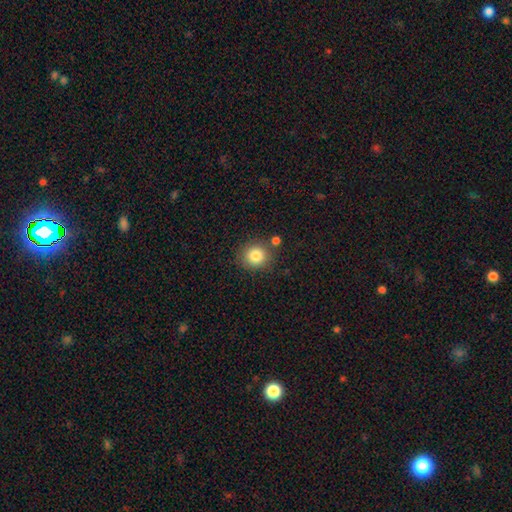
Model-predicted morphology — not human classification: A smooth galaxy with no disk features (83%) that is round (86%). Merging: none (80%).